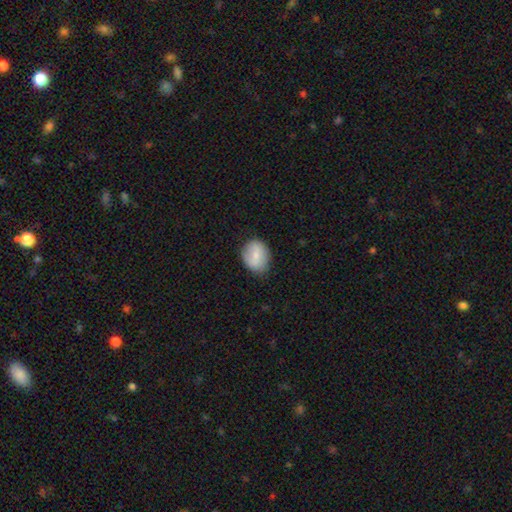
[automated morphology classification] Overall: smooth (73%). How rounded: in between (50%; round 48%). Merging: none (79%).